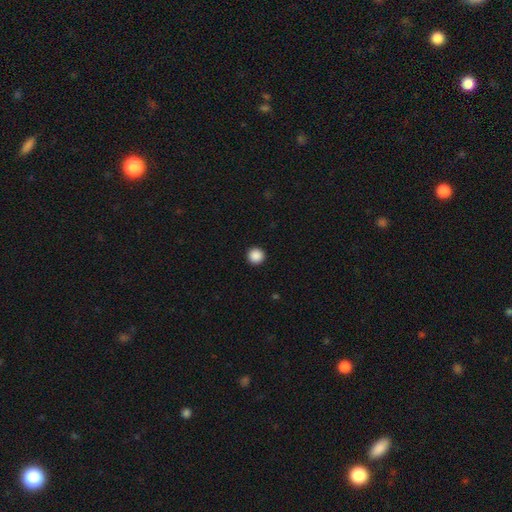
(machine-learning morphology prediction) The model was most divided on "smooth or featured": smooth: 89%, star or artifact: 9%, featured or disk: 2%. More confident: how rounded — round (96%); merging — none (94%).